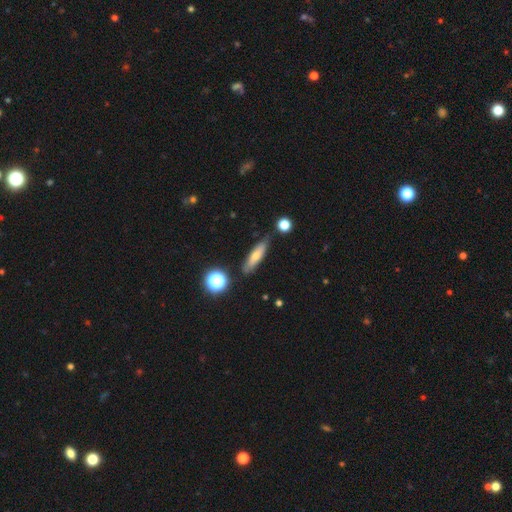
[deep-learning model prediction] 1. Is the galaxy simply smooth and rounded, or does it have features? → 59% smooth, 31% featured or disk, 9% star or artifact.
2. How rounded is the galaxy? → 72% cigar-shaped, 25% in between, 3% round.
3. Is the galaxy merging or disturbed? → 80% none, 13% minor disturbance, 4% merger, 3% major disturbance.